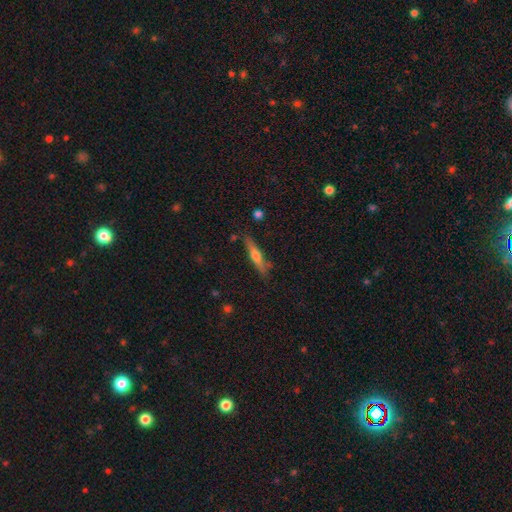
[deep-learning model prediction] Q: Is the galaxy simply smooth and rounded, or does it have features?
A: featured or disk — 54%.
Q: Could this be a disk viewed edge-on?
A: yes — 94%.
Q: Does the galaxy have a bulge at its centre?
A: rounded — 88%.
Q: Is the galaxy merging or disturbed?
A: none — 82%.